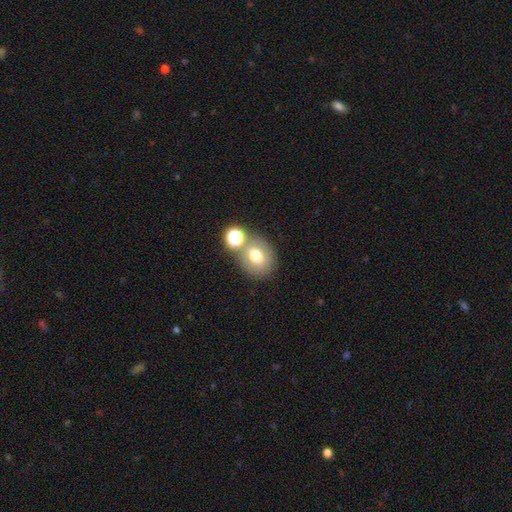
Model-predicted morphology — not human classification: Q: Smooth or featured?
A: smooth (70%); runner-up: featured or disk (17%)
Q: How rounded?
A: round (59%); runner-up: in between (40%)
Q: Merging?
A: none (61%); runner-up: merger (22%)